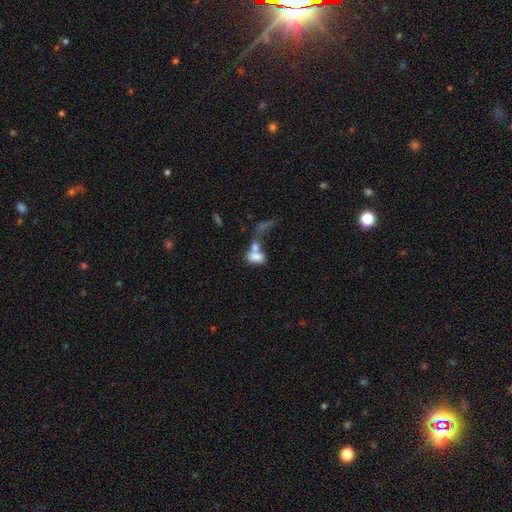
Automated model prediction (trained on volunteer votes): Morphology: type=smooth (70%); roundness=in between (83%); merging=merger (63%).